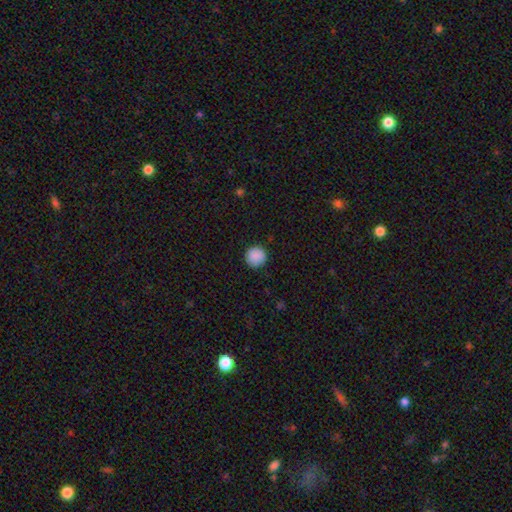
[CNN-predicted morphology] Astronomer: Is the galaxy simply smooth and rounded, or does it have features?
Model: smooth — 90%.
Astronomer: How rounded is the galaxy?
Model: round — 95%.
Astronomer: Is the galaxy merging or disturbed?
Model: none — 91%.